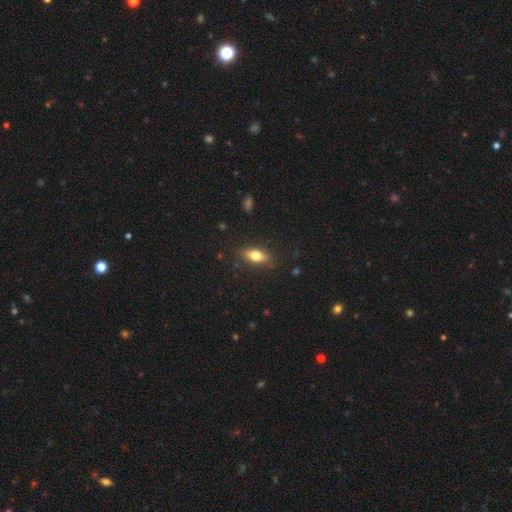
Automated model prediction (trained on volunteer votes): Smooth or featured? smooth (68%)
How rounded? in between (72%)
Merging? none (84%)